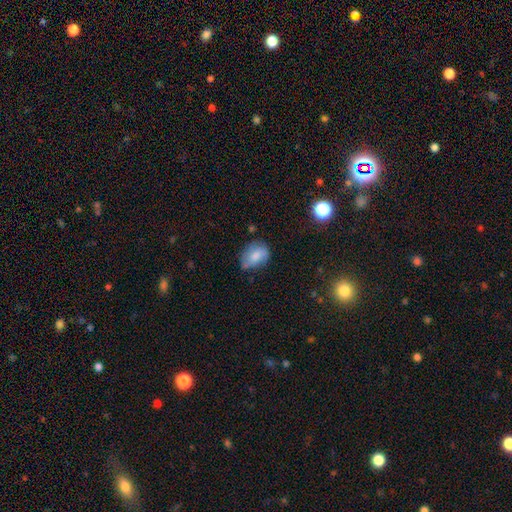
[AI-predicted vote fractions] Q: Smooth or featured?
A: smooth (71%); runner-up: featured or disk (21%)
Q: How rounded?
A: in between (78%); runner-up: round (20%)
Q: Merging?
A: none (57%); runner-up: minor disturbance (32%)